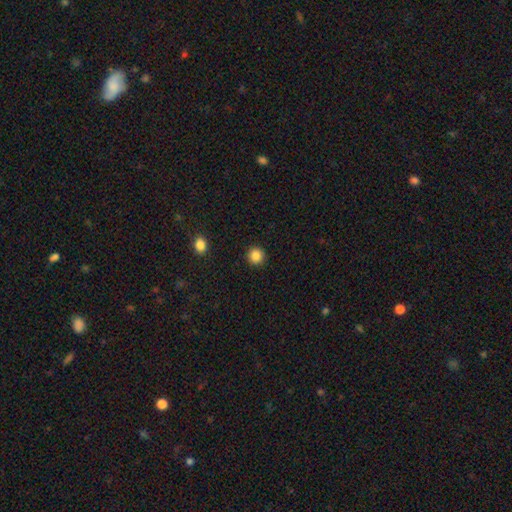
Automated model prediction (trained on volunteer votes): Smooth or featured? Predicted: smooth (p=0.85). How rounded? Predicted: round (p=0.94). Merging? Predicted: none (p=0.92).